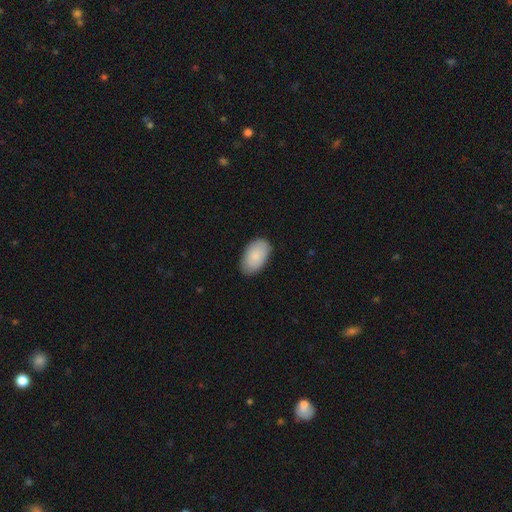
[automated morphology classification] Q: Smooth or featured?
A: smooth (87%); runner-up: featured or disk (8%)
Q: How rounded?
A: in between (95%); runner-up: round (4%)
Q: Merging?
A: none (85%); runner-up: minor disturbance (12%)